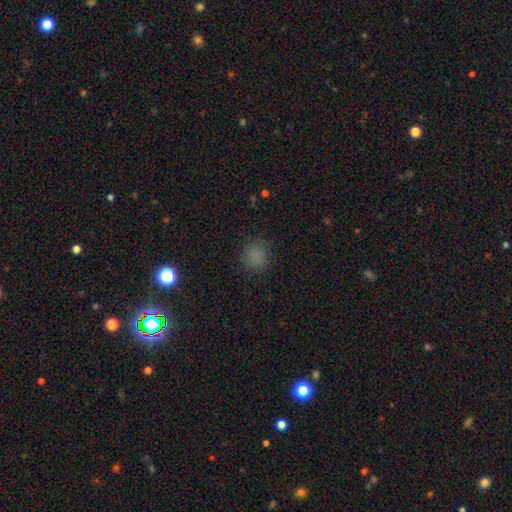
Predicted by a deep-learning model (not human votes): A smooth galaxy with no disk features (80%) that is round (87%). Merging: none (87%).